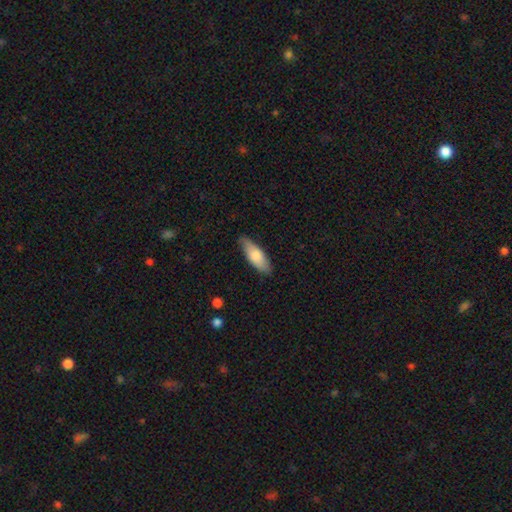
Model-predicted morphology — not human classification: Q: Smooth or featured?
A: smooth (79%); runner-up: featured or disk (16%)
Q: How rounded?
A: in between (64%); runner-up: cigar-shaped (34%)
Q: Merging?
A: none (82%); runner-up: minor disturbance (15%)